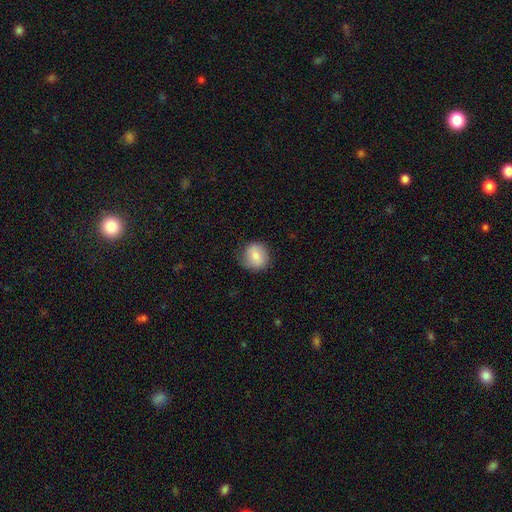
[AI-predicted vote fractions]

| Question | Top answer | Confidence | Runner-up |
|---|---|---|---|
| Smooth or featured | smooth | 78% | featured or disk (14%) |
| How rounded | round | 88% | in between (11%) |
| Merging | none | 78% | minor disturbance (17%) |